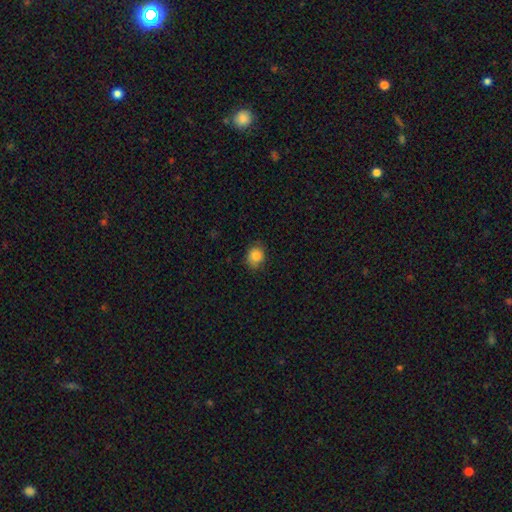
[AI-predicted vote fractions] Morphology: type=smooth (85%); roundness=round (70%); merging=none (80%).